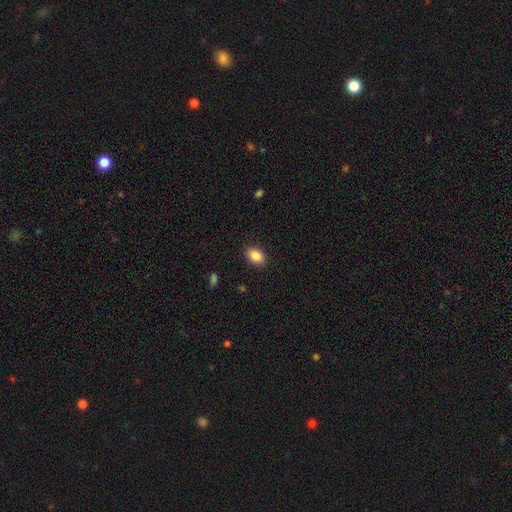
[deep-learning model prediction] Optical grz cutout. It shows a smooth galaxy with no disk features (87%) that is in between round and cigar-shaped (80%). Merging: none (89%).